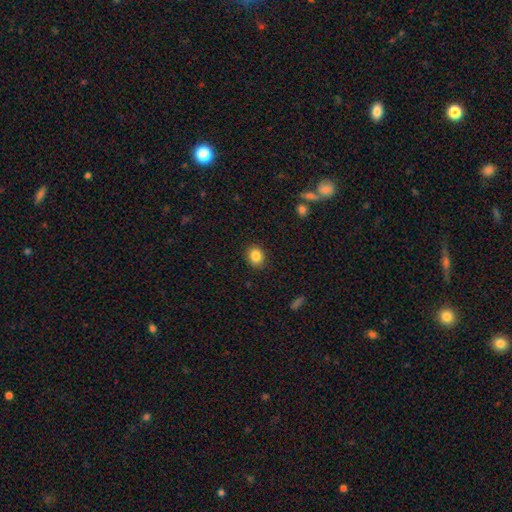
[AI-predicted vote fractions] Overall: smooth (84%). How rounded: round (64%; in between 35%). Merging: none (90%).